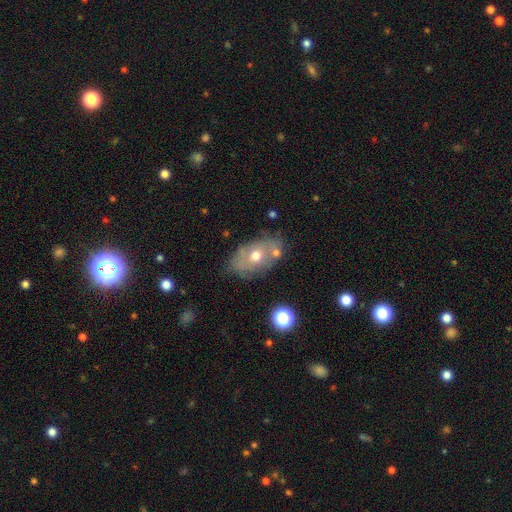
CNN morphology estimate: This appears to be a smooth galaxy with no disk features (51%) that is in between round and cigar-shaped (82%). Merging: none (59%).